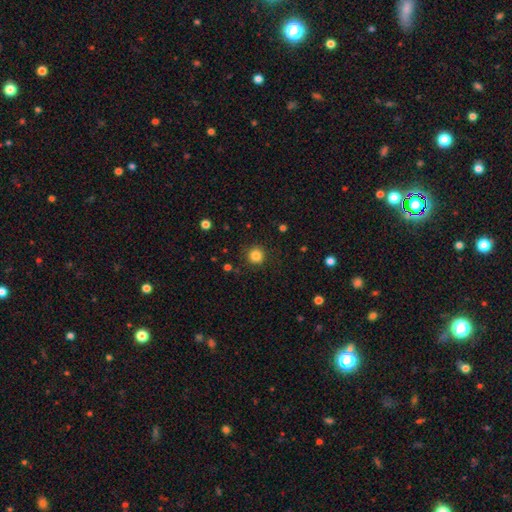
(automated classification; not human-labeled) Smooth or featured? smooth (84%)
How rounded? round (94%)
Merging? none (89%)